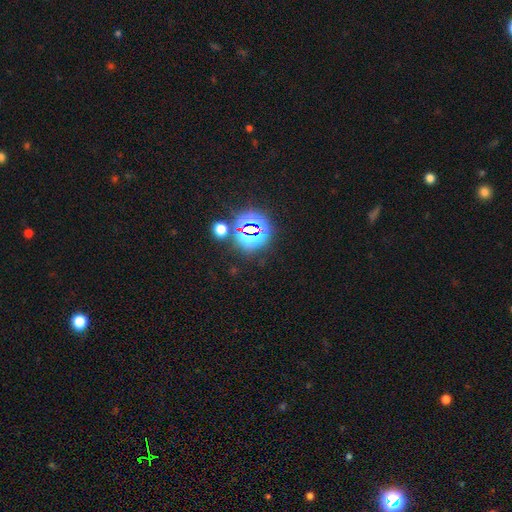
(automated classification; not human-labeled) smooth_or_featured: star or artifact (p=0.82) [alt: smooth p=0.12]